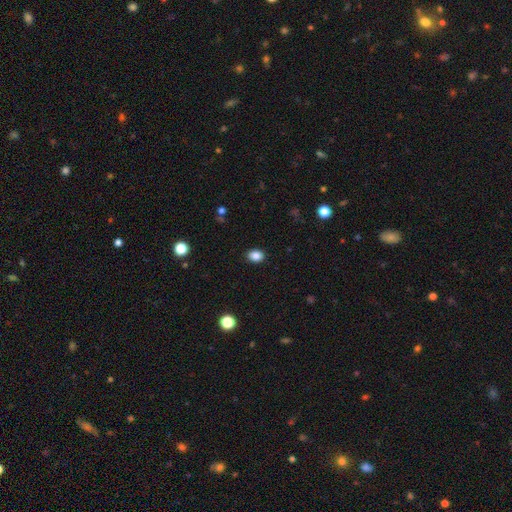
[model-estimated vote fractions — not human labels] Q: Smooth or featured?
A: smooth (86%); runner-up: star or artifact (10%)
Q: How rounded?
A: in between (62%); runner-up: round (37%)
Q: Merging?
A: none (89%); runner-up: minor disturbance (8%)